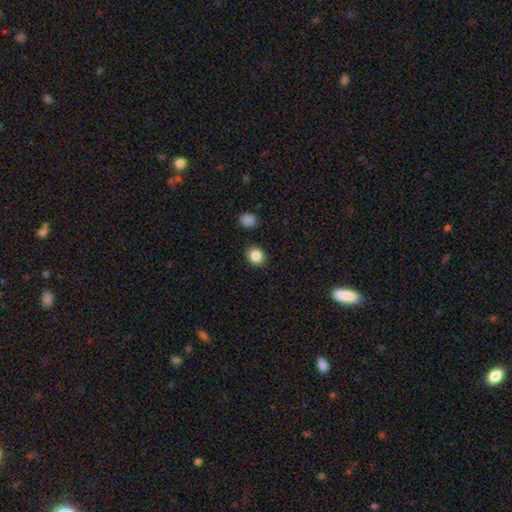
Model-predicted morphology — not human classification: This is clearly a smooth galaxy (86%). How rounded: likely round (68%). Merging: clearly none (89%).